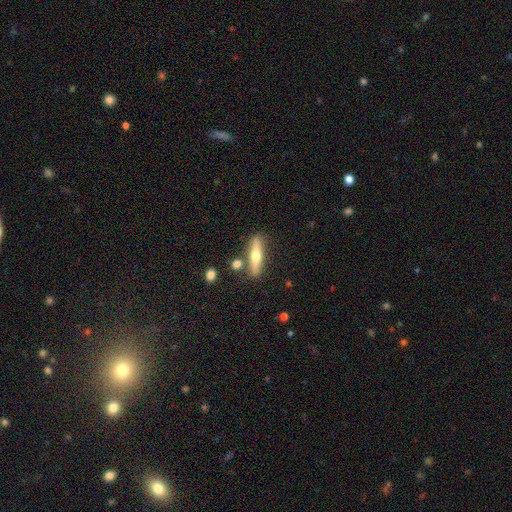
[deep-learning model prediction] A smooth galaxy with no disk features (47%, tied with featured or disk). Merging: none (79%).